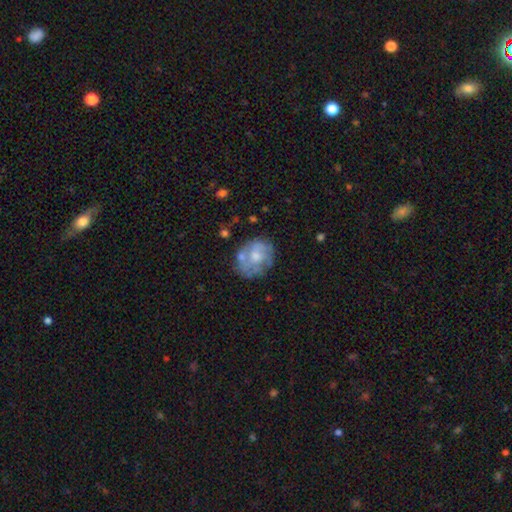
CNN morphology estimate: type=featured or disk (58%); edge-on=no (98%); bar=no (78%); spiral arms=no (53%); bulge=moderate (53%); merging=none (56%).